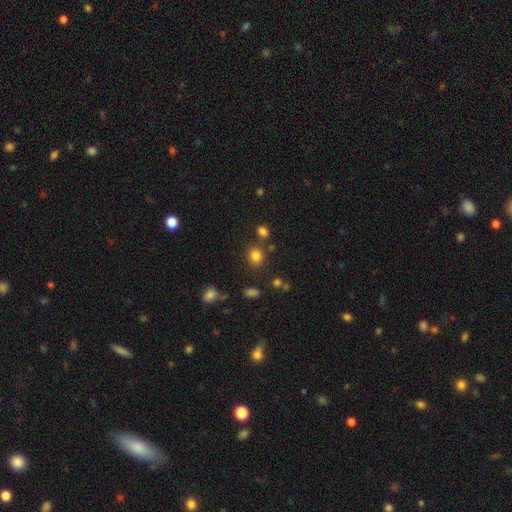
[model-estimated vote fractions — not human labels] This appears to be a smooth galaxy with no disk features (81%) that is round (70%). Merging: none (76%).